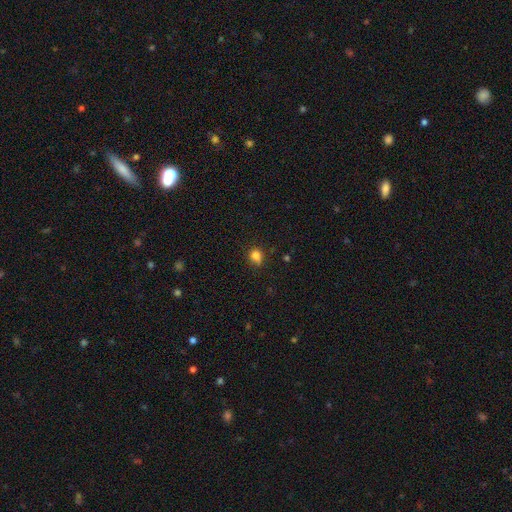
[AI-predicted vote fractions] Overall: smooth (81%). How rounded: round (67%; in between 32%). Merging: none (66%; minor disturbance 26%).